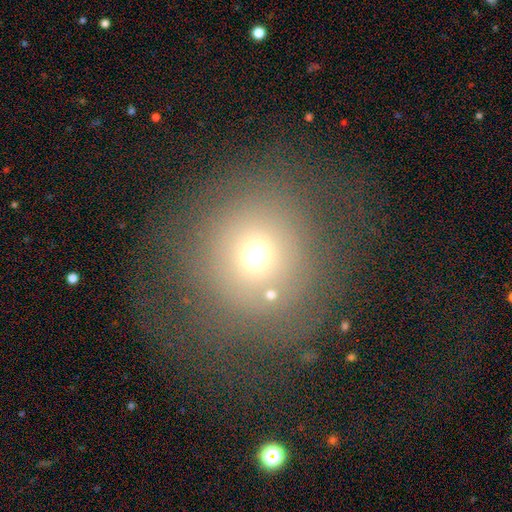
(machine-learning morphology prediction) Smooth or featured? Predicted: smooth (p=0.63). How rounded? Predicted: round (p=0.92). Merging? Predicted: none (p=0.60).